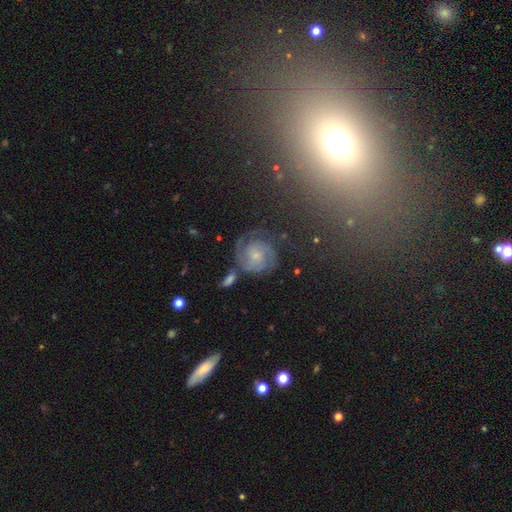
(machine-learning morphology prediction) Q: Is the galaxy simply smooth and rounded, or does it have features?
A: featured or disk — 77%.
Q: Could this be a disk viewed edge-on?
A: no — 98%.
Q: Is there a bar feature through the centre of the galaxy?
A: no — 63%.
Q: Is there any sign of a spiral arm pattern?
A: yes — 95%.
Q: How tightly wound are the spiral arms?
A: tight — 62%.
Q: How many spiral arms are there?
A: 2 — 50%.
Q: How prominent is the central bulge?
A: small — 50%.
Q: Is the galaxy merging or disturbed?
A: none — 66%.